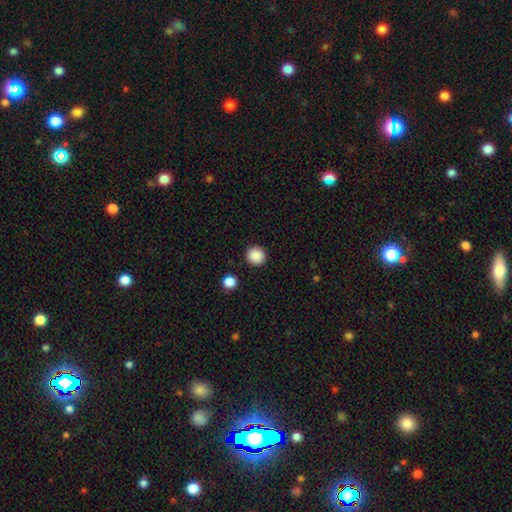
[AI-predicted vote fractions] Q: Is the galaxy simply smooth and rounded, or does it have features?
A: smooth — 88%.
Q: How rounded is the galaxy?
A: round — 93%.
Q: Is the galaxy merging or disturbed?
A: none — 92%.